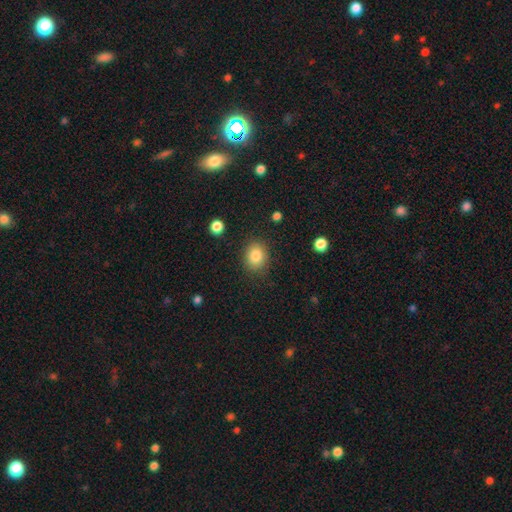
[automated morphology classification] Overall: smooth (84%). How rounded: round (57%; in between 42%). Merging: none (84%).